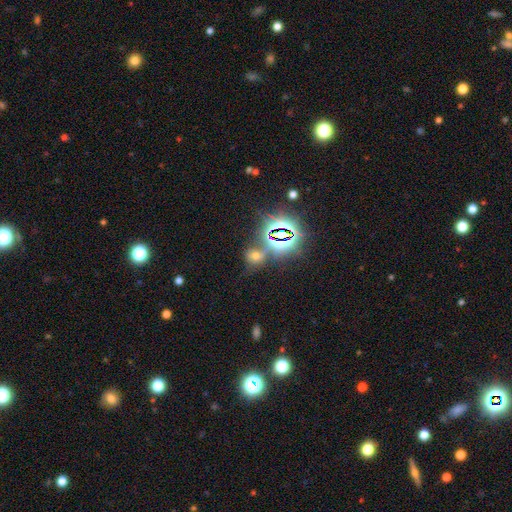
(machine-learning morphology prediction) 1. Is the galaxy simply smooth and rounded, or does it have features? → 50% star or artifact, 39% smooth, 11% featured or disk.